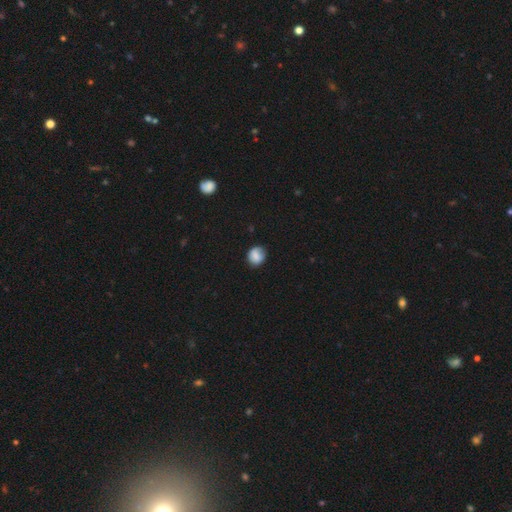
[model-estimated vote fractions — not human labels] smooth 79%, featured or disk 13%, star or artifact 8%. Down the decision tree: how rounded — round (77%); merging — none (74%).